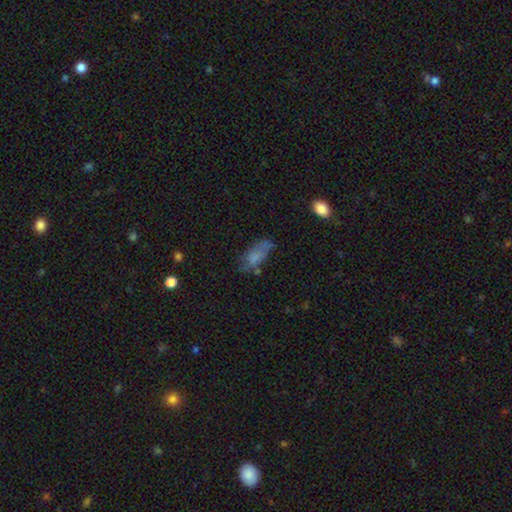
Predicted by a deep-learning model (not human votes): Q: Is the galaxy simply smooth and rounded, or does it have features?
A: smooth — 65%.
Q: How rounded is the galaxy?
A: in between — 81%.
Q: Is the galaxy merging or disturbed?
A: none — 42%.